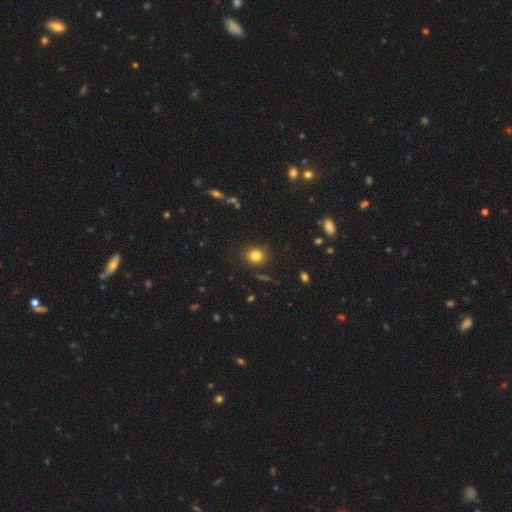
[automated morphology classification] A smooth galaxy with no disk features (81%) that is round (78%). Merging: none (87%).